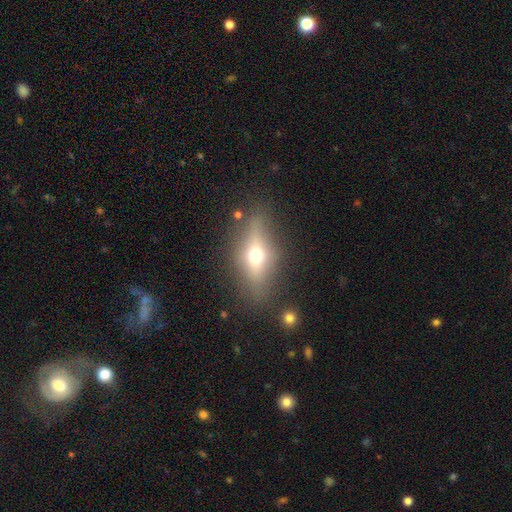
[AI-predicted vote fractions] Morphology: type=featured or disk (45%); merging=none (76%).